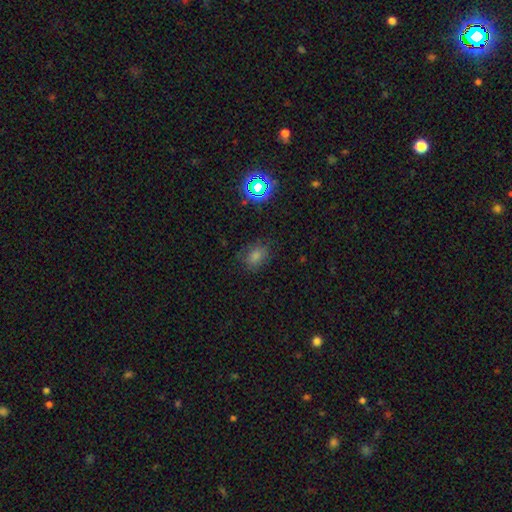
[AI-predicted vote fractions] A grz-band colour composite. It shows a smooth galaxy with no disk features (65%) that is in between round and cigar-shaped (60%). Merging: none (78%).